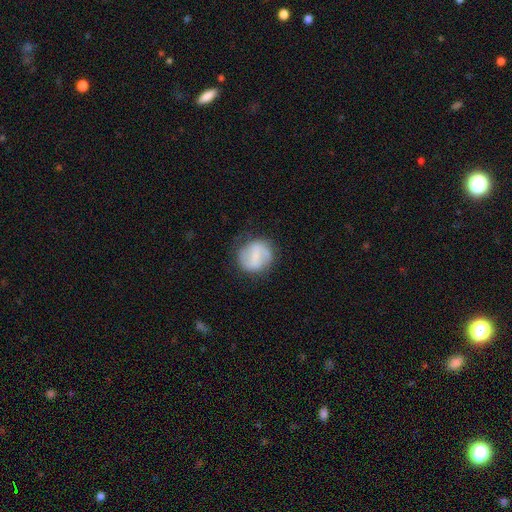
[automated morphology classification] A featured or disk galaxy (51%) with a weak bar (47%), spiral arms (75%) and a small central bulge (50%). Merging: none (71%).